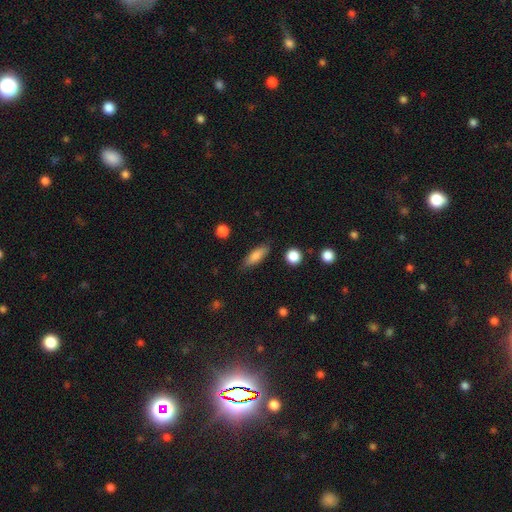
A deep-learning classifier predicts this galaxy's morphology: A smooth galaxy with no disk features (79%) that is in between round and cigar-shaped (54%). Merging: none (82%).